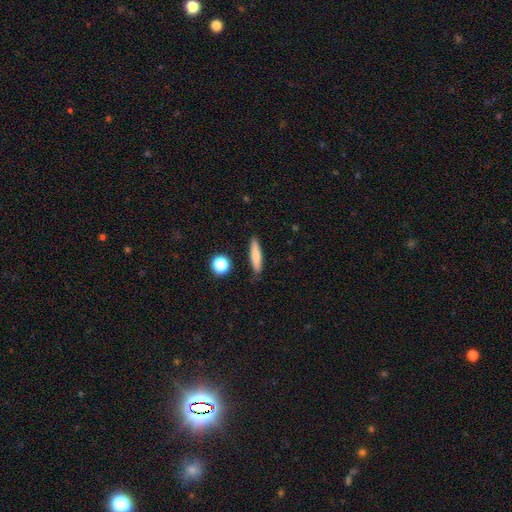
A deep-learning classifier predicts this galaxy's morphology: Smooth or featured: smooth — 77% (featured or disk — 15%)
How rounded: cigar-shaped — 84% (in between — 14%)
Merging: none — 86% (minor disturbance — 9%)